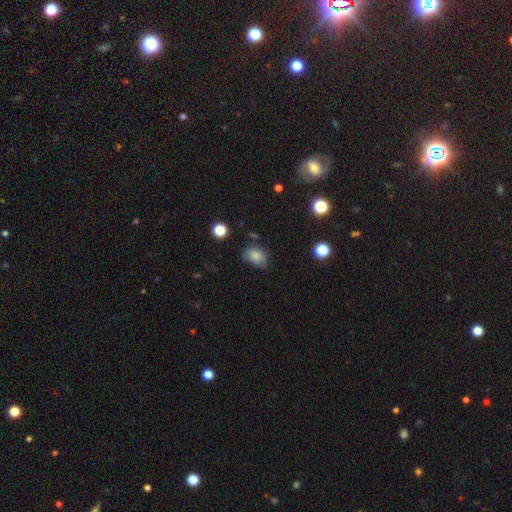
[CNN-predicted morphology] Q: Smooth or featured?
A: smooth (83%); runner-up: star or artifact (10%)
Q: How rounded?
A: in between (72%); runner-up: round (27%)
Q: Merging?
A: none (70%); runner-up: minor disturbance (22%)